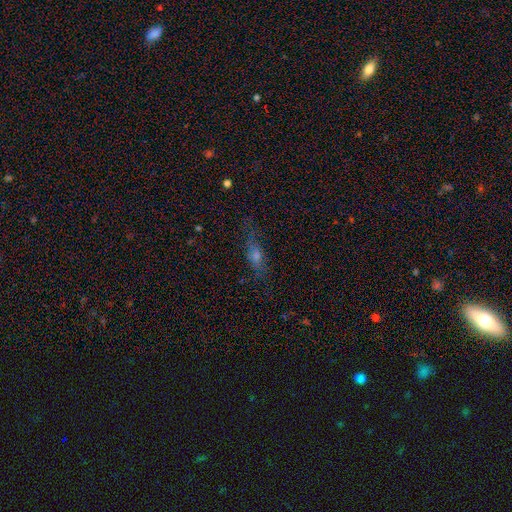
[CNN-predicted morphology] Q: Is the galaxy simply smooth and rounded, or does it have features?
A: smooth — 42%.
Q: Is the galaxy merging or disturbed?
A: none — 67%.